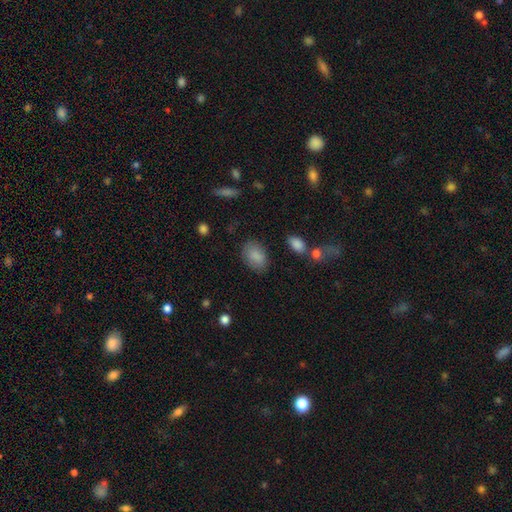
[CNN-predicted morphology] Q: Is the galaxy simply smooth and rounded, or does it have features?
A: smooth — 86%.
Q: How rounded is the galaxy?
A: in between — 84%.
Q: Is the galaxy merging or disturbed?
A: none — 80%.